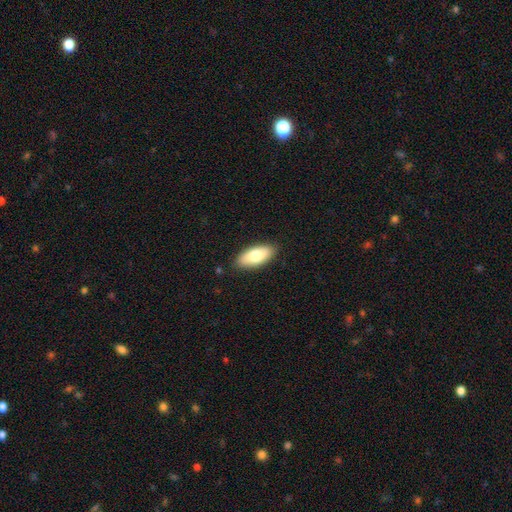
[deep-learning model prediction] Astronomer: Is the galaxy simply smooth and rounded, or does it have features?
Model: smooth — 77%.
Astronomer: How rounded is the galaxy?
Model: in between — 88%.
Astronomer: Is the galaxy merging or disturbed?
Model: none — 87%.